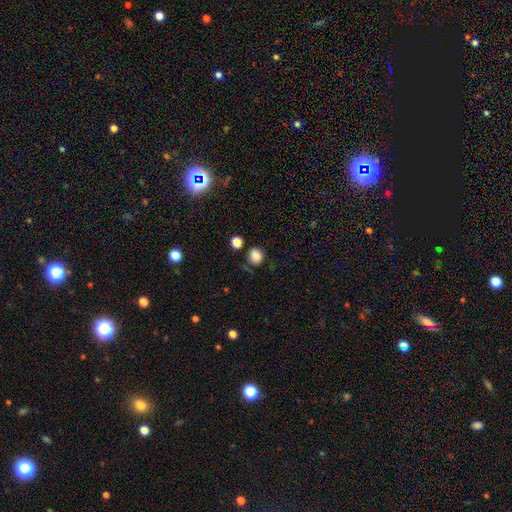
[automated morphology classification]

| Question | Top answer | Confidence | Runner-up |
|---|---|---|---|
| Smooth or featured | smooth | 82% | star or artifact (13%) |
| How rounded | round | 70% | in between (29%) |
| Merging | none | 69% | minor disturbance (18%) |